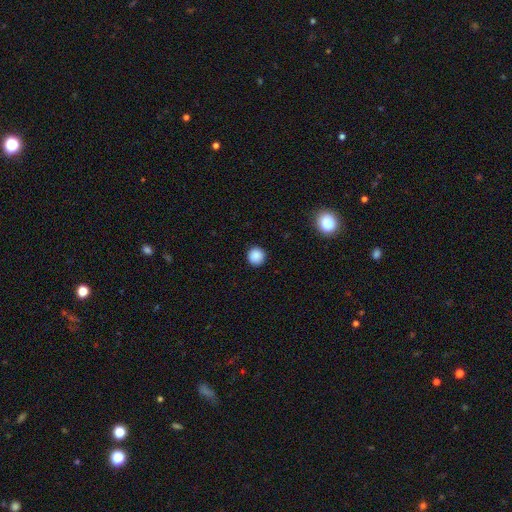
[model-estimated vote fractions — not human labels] A smooth galaxy with no disk features (88%) that is round (94%).

Vote fractions:
- Smooth or featured? smooth: 88% / star or artifact: 9% / featured or disk: 2%
- How rounded? round: 94% / in between: 5% / cigar-shaped: 1%
- Merging? none: 92% / minor disturbance: 5% / major disturbance: 2% / merger: 1%